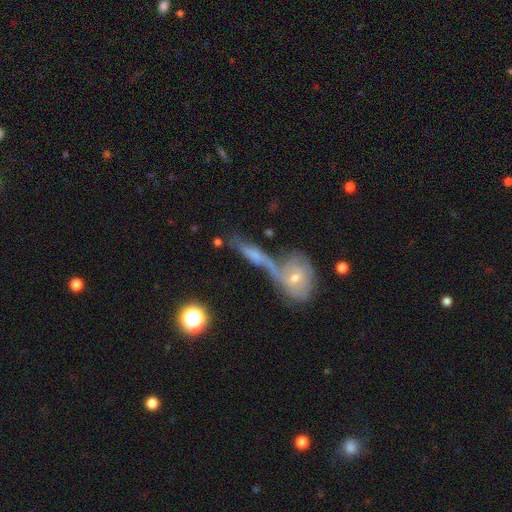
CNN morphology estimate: Smooth or featured?
  - featured or disk: 53% *
  - smooth: 36%
  - star or artifact: 11%
Edge-on disk?
  - yes: 56% *
  - no: 44%
Merging?
  - merger: 49% *
  - none: 33%
  - minor disturbance: 11%
  - major disturbance: 7%